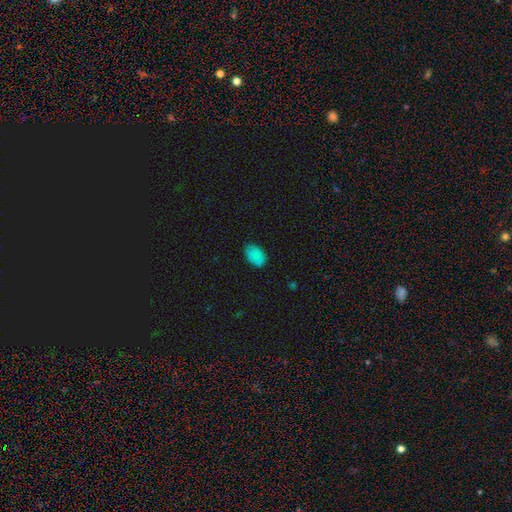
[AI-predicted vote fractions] Smooth or featured: smooth — 85% (star or artifact — 9%)
How rounded: in between — 91% (round — 8%)
Merging: none — 78% (minor disturbance — 18%)